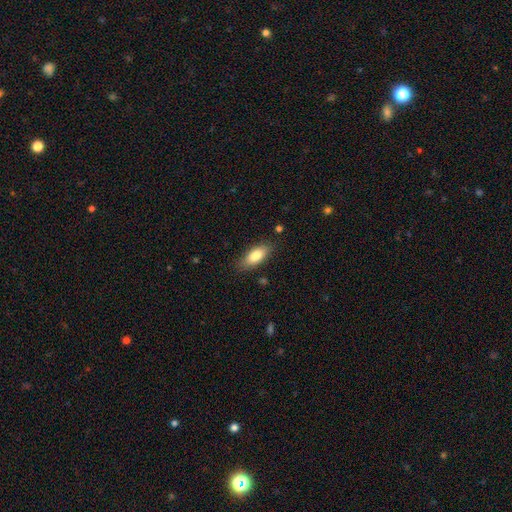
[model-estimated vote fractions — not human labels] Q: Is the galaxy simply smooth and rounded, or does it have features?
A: smooth — 80%.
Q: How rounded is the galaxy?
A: in between — 81%.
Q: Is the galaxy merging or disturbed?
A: none — 83%.